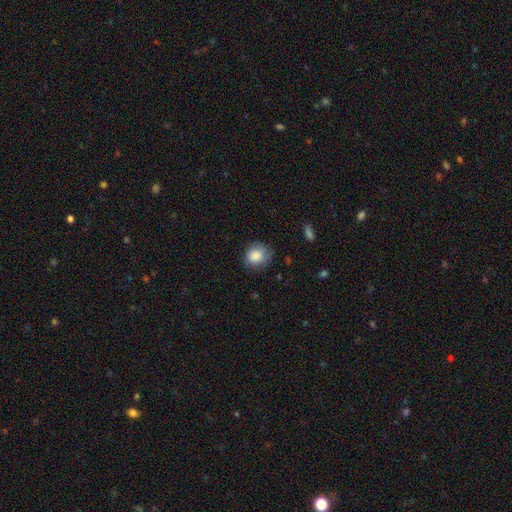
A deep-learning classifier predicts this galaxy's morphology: smooth-or-featured: smooth: 85% | star or artifact: 8% | featured or disk: 7%
  how-rounded: round: 71% | in between: 28% | cigar-shaped: 1%
  merging: none: 70% | minor disturbance: 23% | major disturbance: 6% | merger: 1%